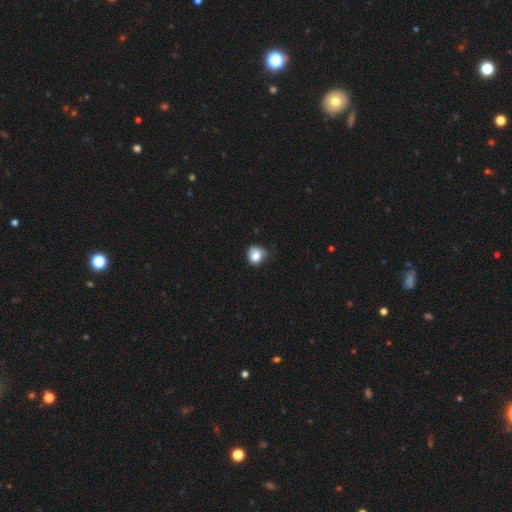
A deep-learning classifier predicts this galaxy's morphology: Q: Smooth or featured?
A: smooth (80%); runner-up: featured or disk (11%)
Q: How rounded?
A: round (74%); runner-up: in between (25%)
Q: Merging?
A: none (50%); runner-up: minor disturbance (37%)